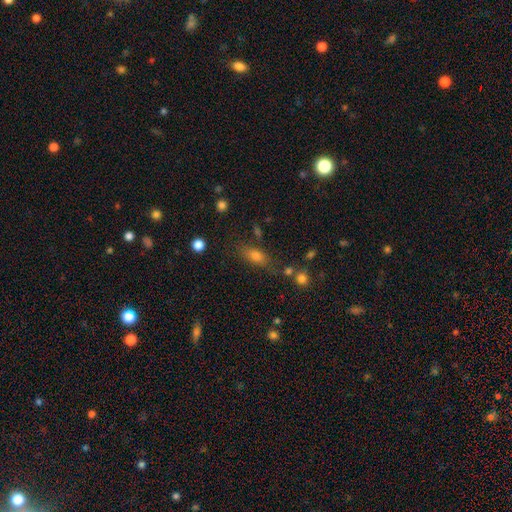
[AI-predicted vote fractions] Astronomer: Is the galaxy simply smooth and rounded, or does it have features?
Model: smooth — 68%.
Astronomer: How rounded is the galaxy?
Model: in between — 67%.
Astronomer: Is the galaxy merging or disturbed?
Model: none — 69%.